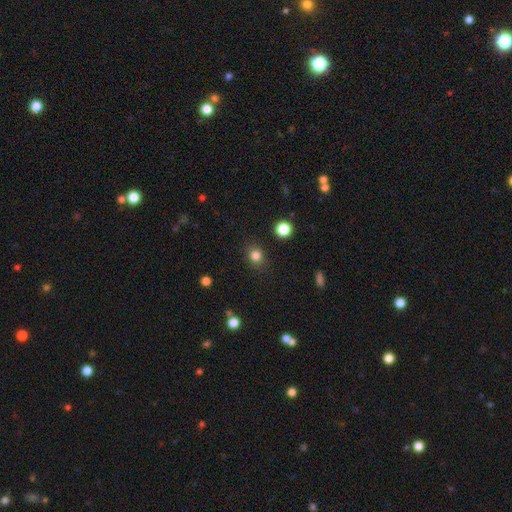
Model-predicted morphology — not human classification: smooth_or_featured: smooth (p=0.82) [alt: star or artifact p=0.13]
how_rounded: round (p=0.70) [alt: in between p=0.29]
merging: none (p=0.86) [alt: minor disturbance p=0.09]